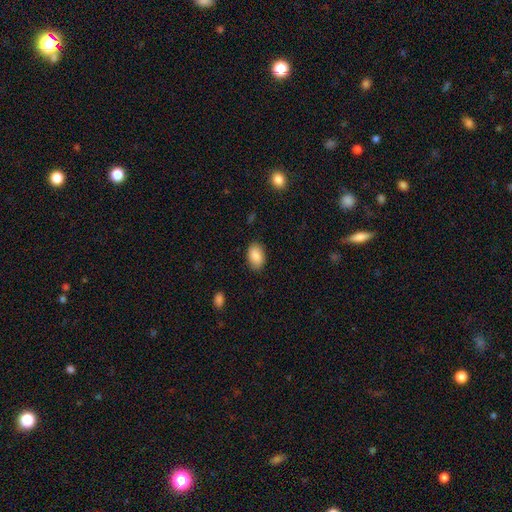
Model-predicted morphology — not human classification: This is clearly a smooth galaxy (89%). How rounded: clearly in between (89%). Merging: clearly none (85%).